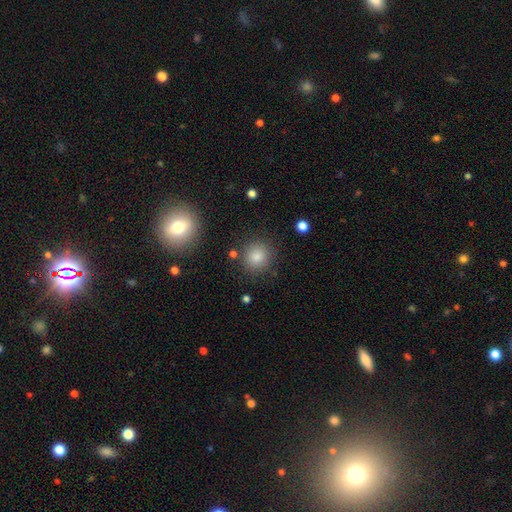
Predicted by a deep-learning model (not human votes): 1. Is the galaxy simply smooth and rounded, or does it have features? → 80% smooth, 14% star or artifact, 6% featured or disk.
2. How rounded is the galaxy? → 89% round, 10% in between, 1% cigar-shaped.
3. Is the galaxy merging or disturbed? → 87% none, 7% minor disturbance, 3% merger, 3% major disturbance.